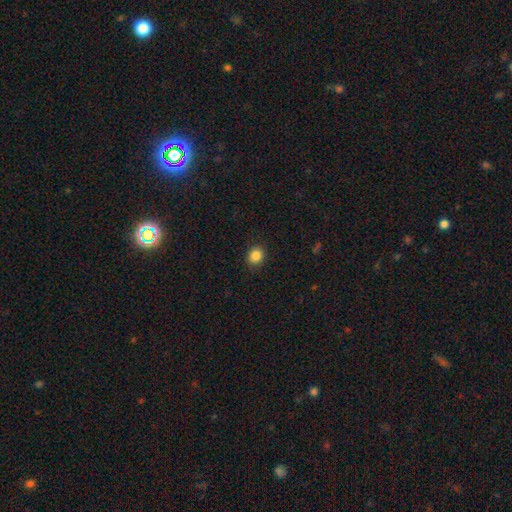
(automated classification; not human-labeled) This is clearly a smooth galaxy (86%). How rounded: likely round (70%). Merging: clearly none (89%).